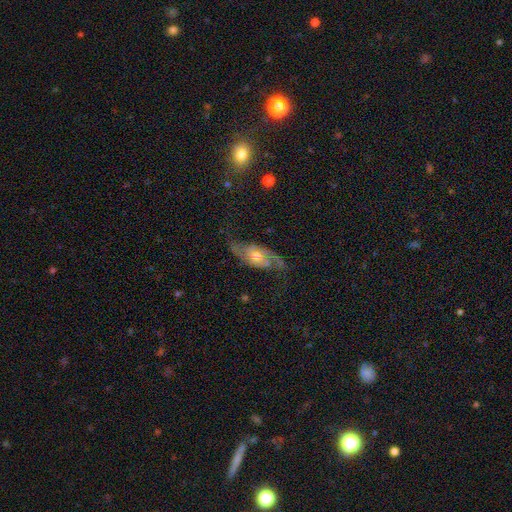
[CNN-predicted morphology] This is likely a featured or disk galaxy (76%). It is clearly not viewed edge-on (89%). Bar: likely no (68%). Spiral arm pattern: clearly yes (91%). Spiral arm count: clearly 2 (83%). Spiral winding: marginally medium (42%). Central bulge: likely moderate (66%). Merging: likely none (66%).